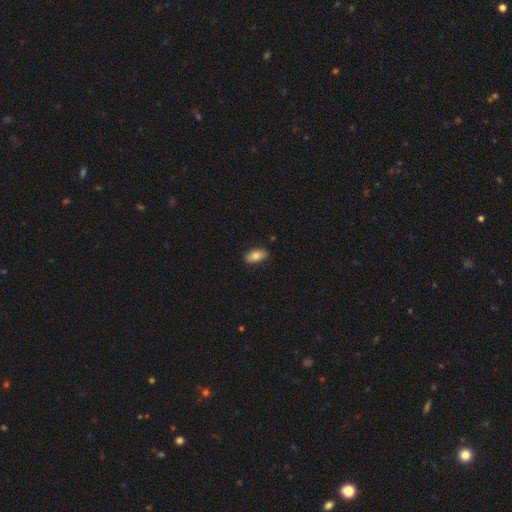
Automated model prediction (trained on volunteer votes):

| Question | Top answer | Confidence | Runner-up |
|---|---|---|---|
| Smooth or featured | smooth | 79% | featured or disk (13%) |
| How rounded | in between | 92% | round (5%) |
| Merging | none | 87% | minor disturbance (10%) |